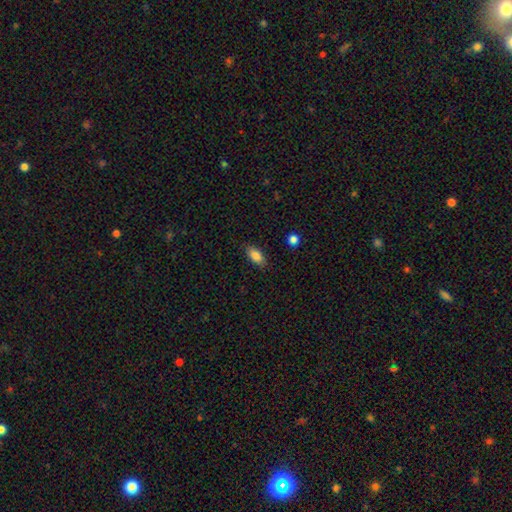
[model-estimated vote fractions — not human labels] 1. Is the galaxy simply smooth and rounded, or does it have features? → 86% smooth, 8% star or artifact, 6% featured or disk.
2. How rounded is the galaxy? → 89% in between, 6% cigar-shaped, 4% round.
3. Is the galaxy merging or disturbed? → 84% none, 12% minor disturbance, 3% major disturbance, 1% merger.